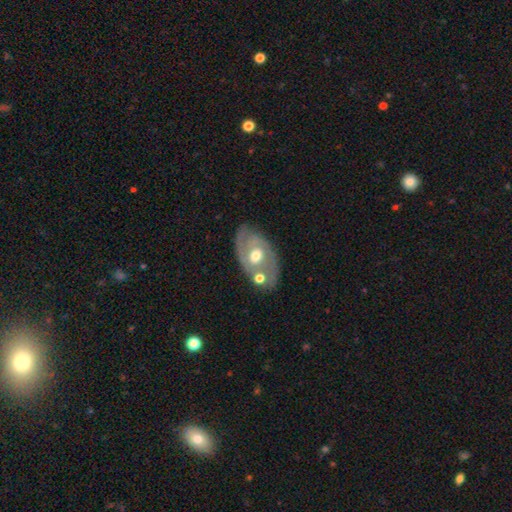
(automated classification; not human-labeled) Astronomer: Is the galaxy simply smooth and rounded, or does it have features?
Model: featured or disk — 68%.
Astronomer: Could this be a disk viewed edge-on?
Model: no — 93%.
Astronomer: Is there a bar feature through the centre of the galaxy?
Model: no — 64%.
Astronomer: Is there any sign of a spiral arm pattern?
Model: yes — 65%.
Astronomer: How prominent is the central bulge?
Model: moderate — 75%.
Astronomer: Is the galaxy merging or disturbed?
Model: none — 60%.